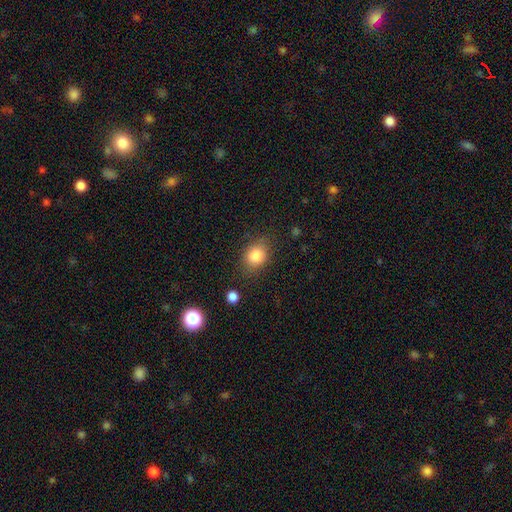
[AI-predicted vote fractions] This appears to be a smooth galaxy with no disk features (84%) that is round (50%). Merging: none (77%).